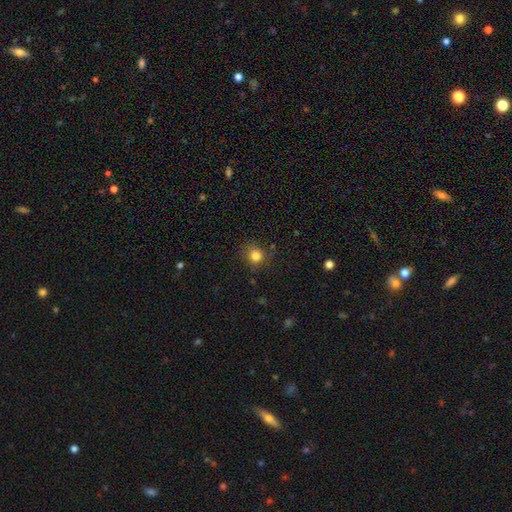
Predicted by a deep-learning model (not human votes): smooth 81%, star or artifact 13%, featured or disk 6%. Down the decision tree: how rounded — round (85%); merging — none (81%).